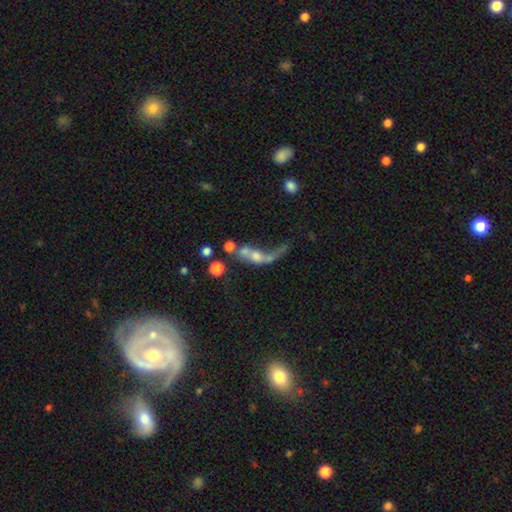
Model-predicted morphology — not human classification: Smooth or featured? Predicted: featured or disk (p=0.45). Merging? Predicted: merger (p=0.46).